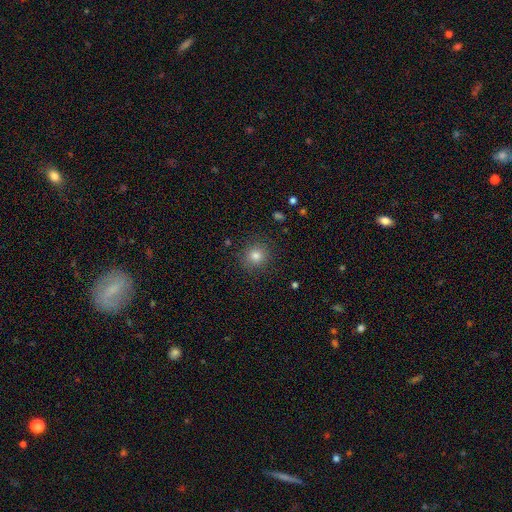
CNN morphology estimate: Smooth or featured? smooth (81%)
How rounded? round (91%)
Merging? none (88%)